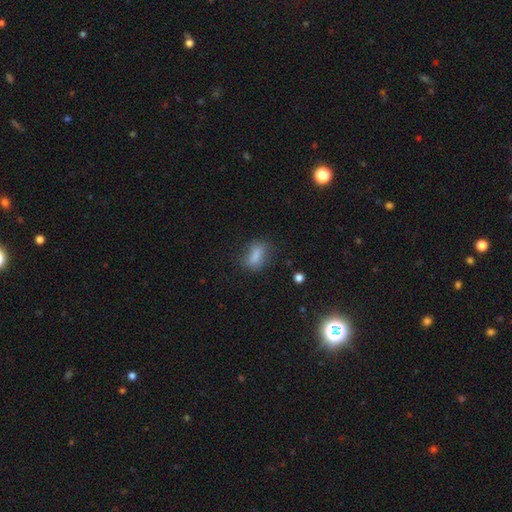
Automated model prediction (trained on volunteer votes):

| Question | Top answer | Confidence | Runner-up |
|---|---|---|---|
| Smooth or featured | smooth | 79% | star or artifact (11%) |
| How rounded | in between | 77% | round (13%) |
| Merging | none | 62% | minor disturbance (24%) |